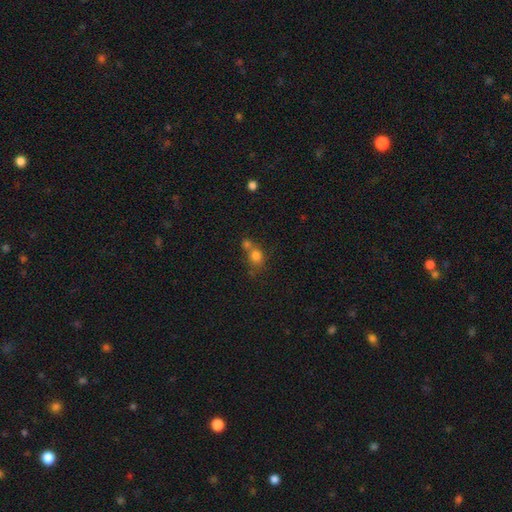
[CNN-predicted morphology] smooth-or-featured: smooth: 77% | star or artifact: 13% | featured or disk: 10%
  how-rounded: round: 68% | in between: 30% | cigar-shaped: 1%
  merging: merger: 51% | none: 34% | minor disturbance: 10% | major disturbance: 5%